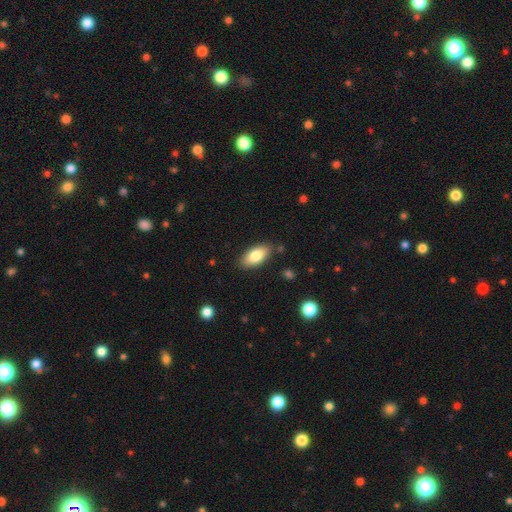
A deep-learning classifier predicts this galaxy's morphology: type=smooth (80%); roundness=in between (90%); merging=none (85%).